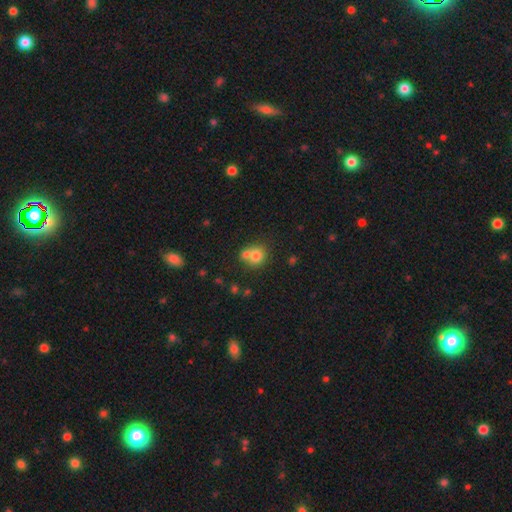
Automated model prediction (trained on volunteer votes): Smooth or featured? smooth (75%)
How rounded? round (75%)
Merging? merger (49%)